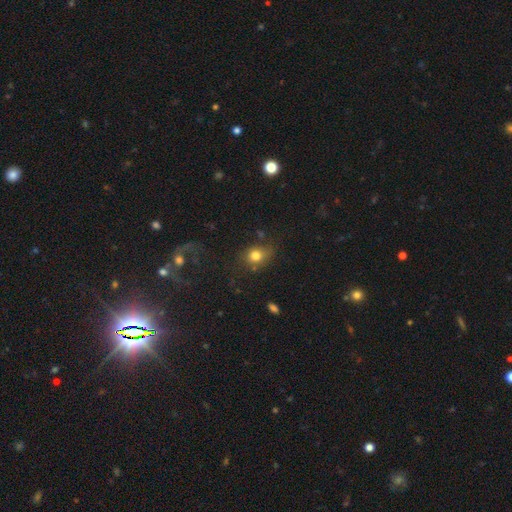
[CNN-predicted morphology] Smooth or featured: smooth — 78% (star or artifact — 12%)
How rounded: round — 61% (in between — 38%)
Merging: none — 66% (minor disturbance — 20%)